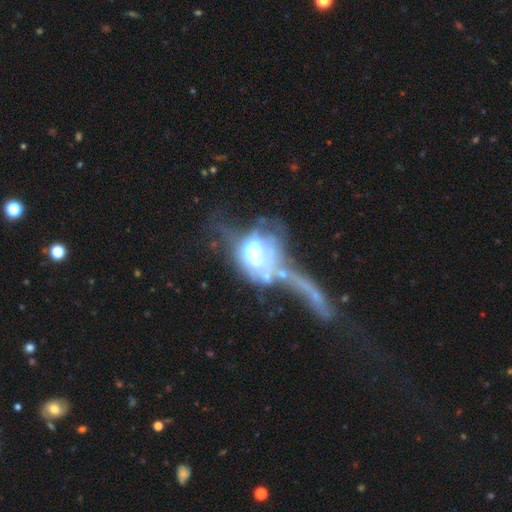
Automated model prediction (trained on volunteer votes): featured or disk 60%, smooth 26%, star or artifact 15%. Down the decision tree: edge-on disk — no (92%); bar — no (75%); spiral arms — no (86%); bulge size — large (35%); merging — major disturbance (43%).